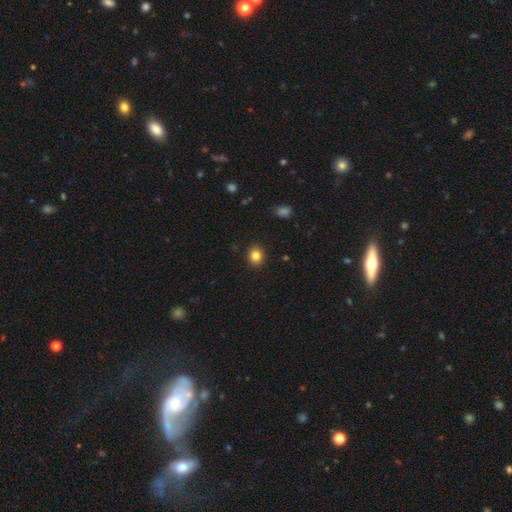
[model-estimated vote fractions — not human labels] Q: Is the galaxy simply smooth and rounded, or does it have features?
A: smooth — 83%.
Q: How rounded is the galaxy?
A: round — 74%.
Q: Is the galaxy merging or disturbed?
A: none — 91%.